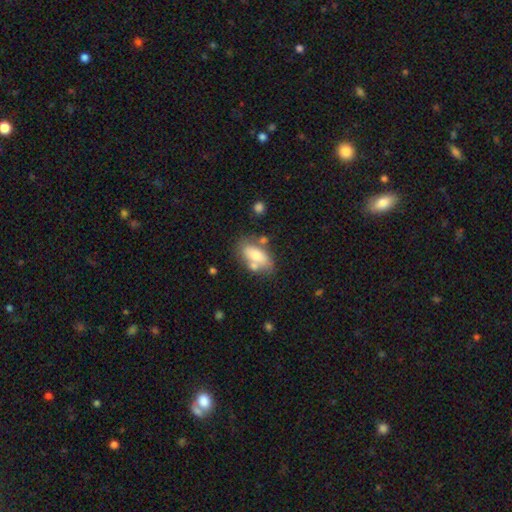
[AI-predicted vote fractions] The model was most divided on "merging": none: 53%, merger: 21%, minor disturbance: 19%, major disturbance: 7%. More confident: how rounded — in between (87%); smooth or featured — smooth (69%).